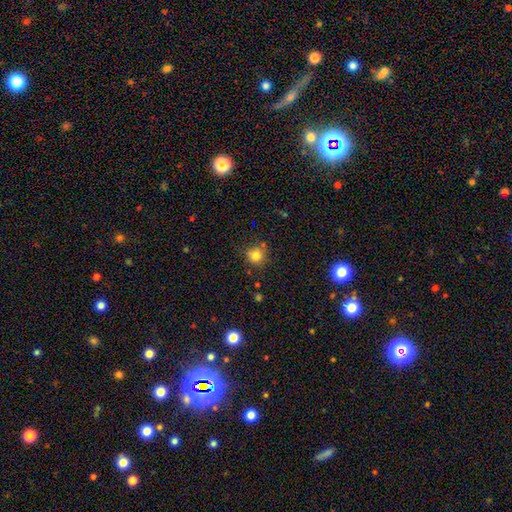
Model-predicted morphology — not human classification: A smooth galaxy with no disk features (80%) that is round (90%). Merging: none (74%).